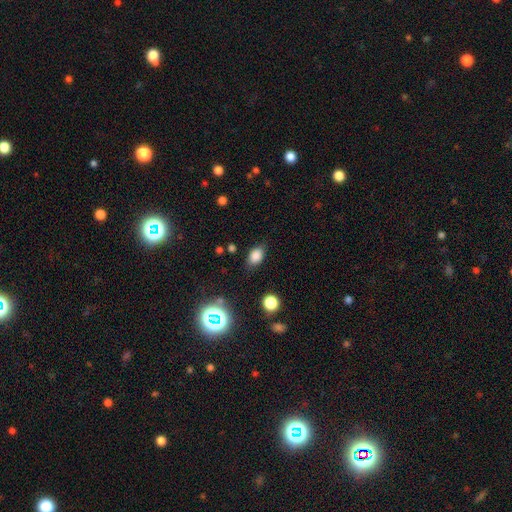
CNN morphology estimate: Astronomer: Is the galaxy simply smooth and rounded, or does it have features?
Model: smooth — 81%.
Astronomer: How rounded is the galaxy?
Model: in between — 83%.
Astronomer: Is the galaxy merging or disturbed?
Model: none — 82%.